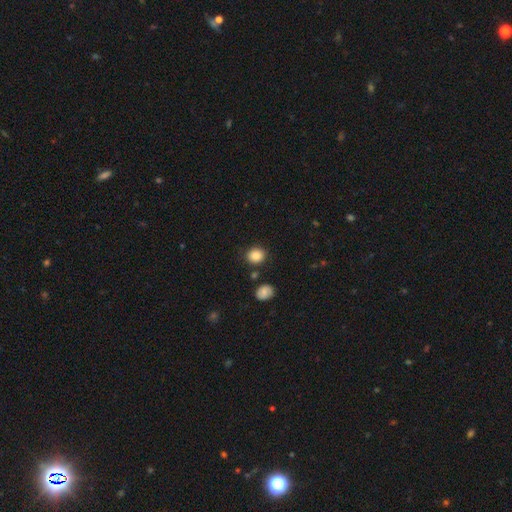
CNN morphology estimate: Smooth or featured? Predicted: smooth (p=0.85). How rounded? Predicted: round (p=0.76). Merging? Predicted: none (p=0.84).